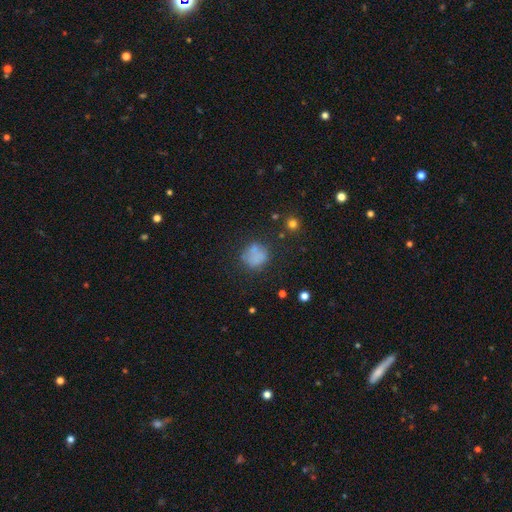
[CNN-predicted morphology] smooth 70%, featured or disk 16%, star or artifact 14%. Down the decision tree: how rounded — round (78%); merging — none (62%).